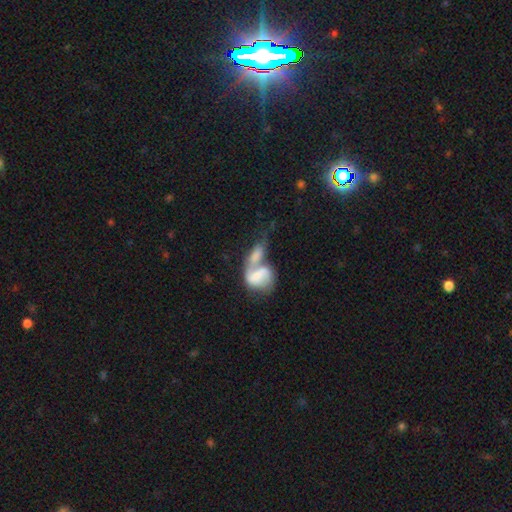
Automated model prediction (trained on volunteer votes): Q: Smooth or featured?
A: featured or disk (46%); tied with: smooth (46%)
Q: Merging?
A: merger (73%); runner-up: none (11%)